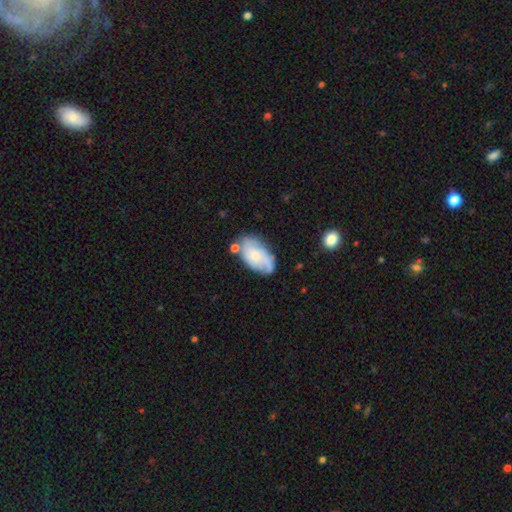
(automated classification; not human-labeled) A featured or disk galaxy (54%) with no bar (74%), spiral arms (81%) and a small central bulge (56%).

Vote fractions:
- Smooth or featured? featured or disk: 54% / smooth: 40% / star or artifact: 6%
- Edge-on disk? no: 95% / yes: 5%
- Bar? no: 74% / weak: 23% / strong: 3%
- Spiral arms? yes: 81% / no: 19%
- Bulge size? small: 56% / moderate: 33% / none: 7% / large: 3% / dominant: 1%
- Merging? none: 57% / minor disturbance: 25% / merger: 9% / major disturbance: 9%